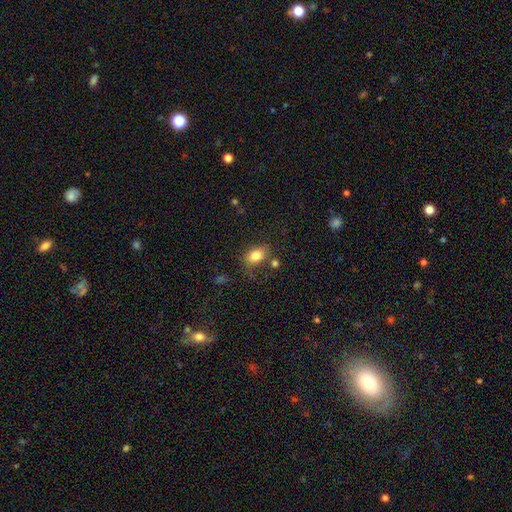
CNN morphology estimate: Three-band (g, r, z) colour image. It shows a smooth galaxy with no disk features (82%) that is in between round and cigar-shaped (82%). Merging: none (70%).